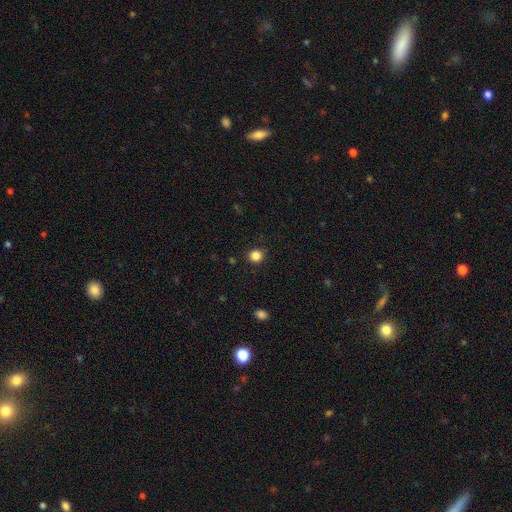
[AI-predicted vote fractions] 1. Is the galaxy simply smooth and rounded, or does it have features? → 84% smooth, 12% star or artifact, 4% featured or disk.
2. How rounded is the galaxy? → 89% round, 10% in between, 1% cigar-shaped.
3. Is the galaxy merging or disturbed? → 89% none, 7% minor disturbance, 2% major disturbance, 1% merger.